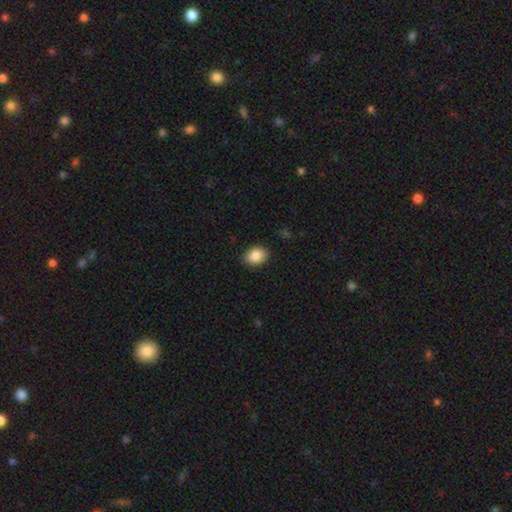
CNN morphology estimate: A smooth galaxy with no disk features (87%) that is in between round and cigar-shaped (57%).

Vote fractions:
- Smooth or featured? smooth: 87% / star or artifact: 8% / featured or disk: 5%
- How rounded? in between: 57% / round: 42% / cigar-shaped: 1%
- Merging? none: 87% / minor disturbance: 9% / major disturbance: 2% / merger: 1%